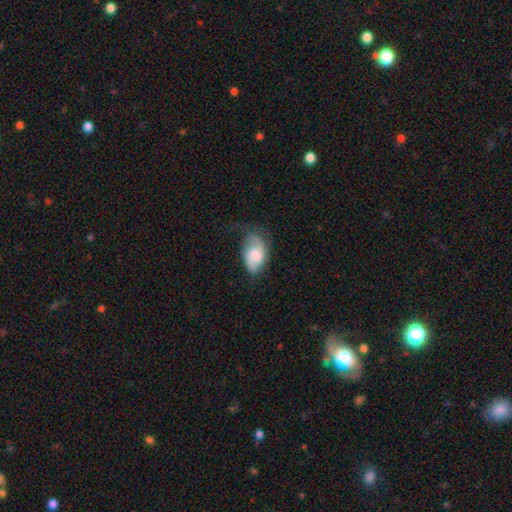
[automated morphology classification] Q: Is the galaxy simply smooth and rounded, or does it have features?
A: smooth — 53%.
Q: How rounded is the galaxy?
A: in between — 91%.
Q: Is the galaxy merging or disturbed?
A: none — 42%.